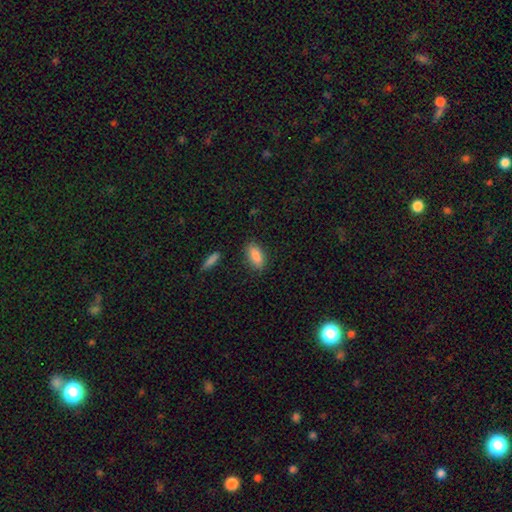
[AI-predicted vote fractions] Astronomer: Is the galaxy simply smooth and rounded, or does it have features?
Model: smooth — 88%.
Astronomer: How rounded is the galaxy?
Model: in between — 87%.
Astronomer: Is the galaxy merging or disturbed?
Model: none — 84%.